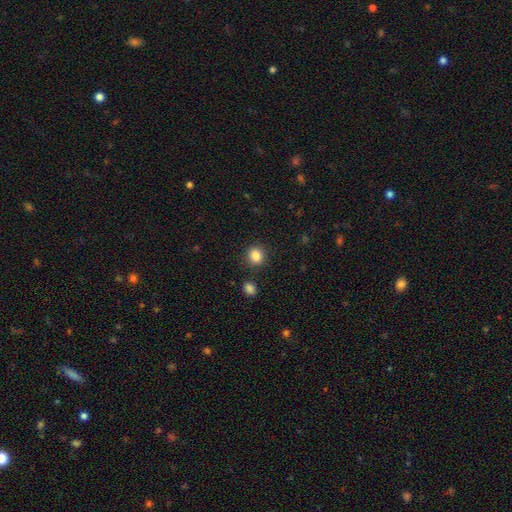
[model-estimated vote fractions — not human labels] Q: Smooth or featured?
A: smooth (85%); runner-up: star or artifact (10%)
Q: How rounded?
A: round (69%); runner-up: in between (30%)
Q: Merging?
A: none (86%); runner-up: minor disturbance (8%)